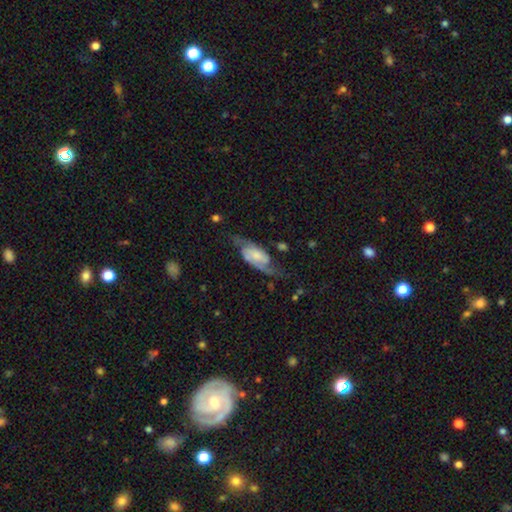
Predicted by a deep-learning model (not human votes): smooth-or-featured: featured or disk: 82% | smooth: 13% | star or artifact: 6%
  disk-edge-on: no: 95% | yes: 5%
    bar: no: 48% | weak: 37% | strong: 15%
    has-spiral-arms: yes: 96% | no: 4%
      spiral-winding: medium: 46% | loose: 34% | tight: 20%
      spiral-arm-count: 2: 89% | can't tell: 4% | 1: 3% | 3: 2% | 4: 1% | more than 4: 1%
    bulge-size: small: 44% | moderate: 29% | none: 16% | large: 8% | dominant: 2%
  merging: none: 62% | minor disturbance: 20% | major disturbance: 16% | merger: 2%